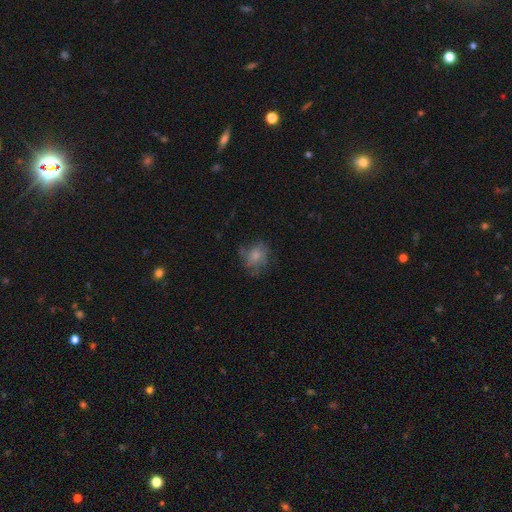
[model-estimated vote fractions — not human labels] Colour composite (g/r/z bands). It shows a smooth galaxy with no disk features (59%) that is round (64%). Merging: none (58%).